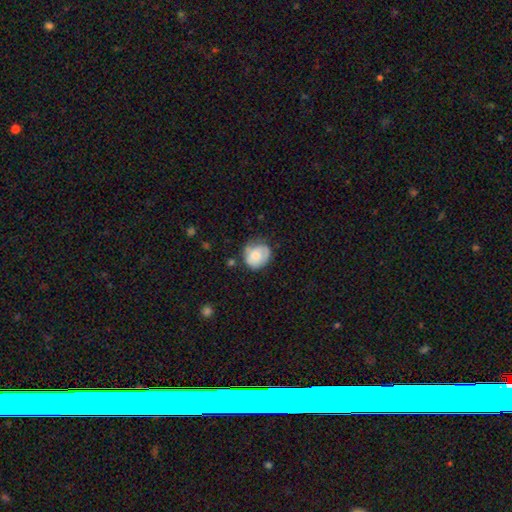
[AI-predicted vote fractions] smooth 62%, featured or disk 31%, star or artifact 7%. Down the decision tree: how rounded — round (67%); merging — none (55%).